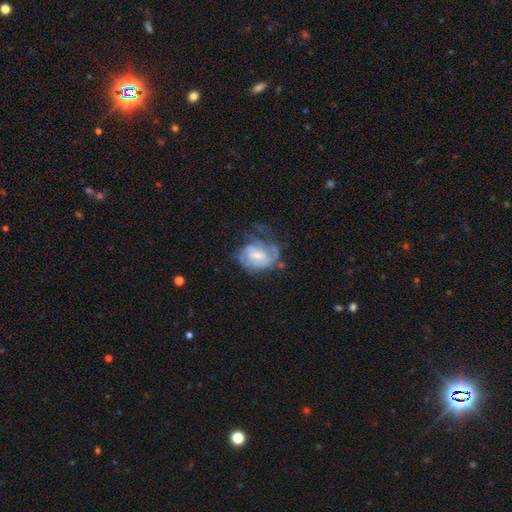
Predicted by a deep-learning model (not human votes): Smooth or featured?
  - featured or disk: 65% *
  - smooth: 28%
  - star or artifact: 7%
Edge-on disk?
  - no: 97% *
  - yes: 3%
Bar?
  - weak: 51% *
  - no: 34%
  - strong: 15%
Spiral arms?
  - yes: 67% *
  - no: 33%
Bulge size?
  - small: 45% *
  - moderate: 41%
  - none: 8%
  - large: 5%
  - dominant: 1%
Merging?
  - major disturbance: 38% *
  - none: 32%
  - minor disturbance: 27%
  - merger: 4%